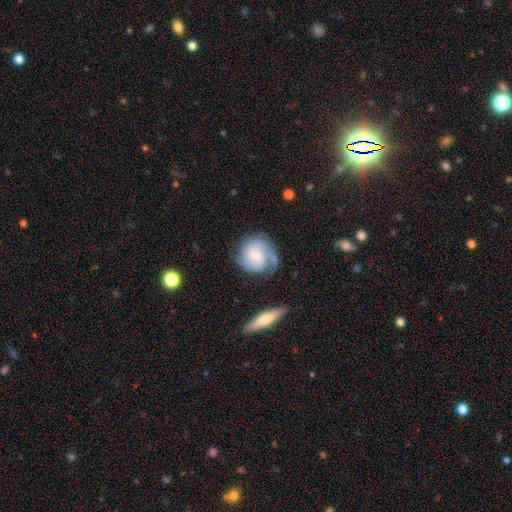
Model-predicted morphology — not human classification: Smooth or featured? Predicted: featured or disk (p=0.65). Edge-on disk? Predicted: no (p=0.97). Bar? Predicted: no (p=0.63). Spiral arms? Predicted: yes (p=0.91). Spiral winding? Predicted: tight (p=0.50). Spiral arm count? Predicted: 2 (p=0.45). Bulge size? Predicted: small (p=0.52). Merging? Predicted: none (p=0.62).